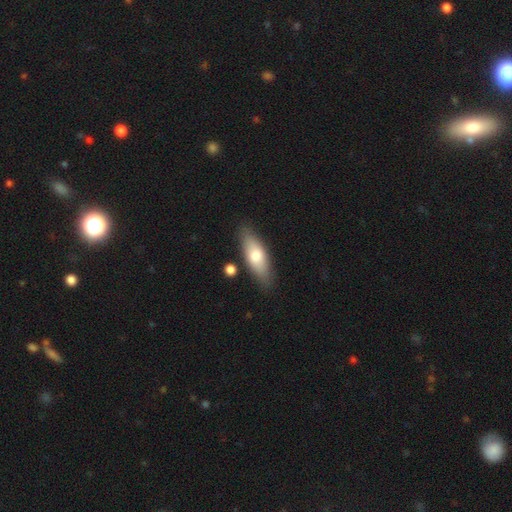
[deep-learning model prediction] Smooth or featured?
  - smooth: 70% *
  - featured or disk: 24%
  - star or artifact: 6%
How rounded?
  - in between: 64% *
  - cigar-shaped: 34%
  - round: 3%
Merging?
  - none: 82% *
  - minor disturbance: 12%
  - merger: 3%
  - major disturbance: 3%